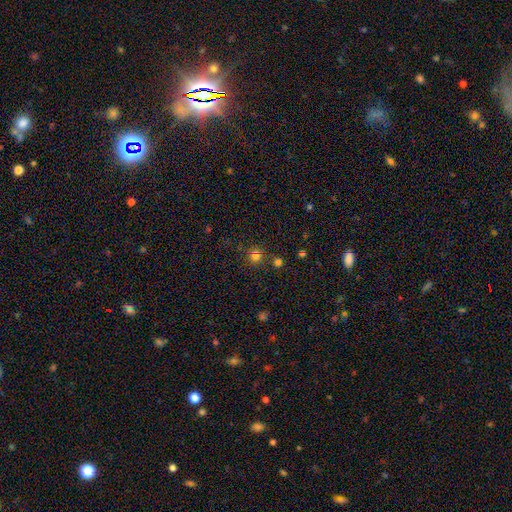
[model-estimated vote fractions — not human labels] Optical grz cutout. It shows a smooth galaxy with no disk features (73%) that is round (93%). Merging: none (80%).